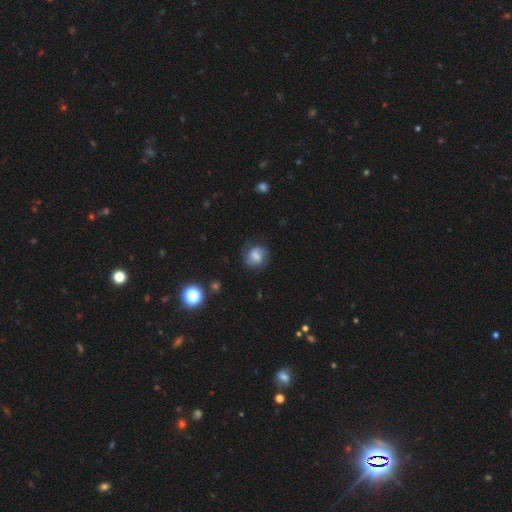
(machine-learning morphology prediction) The model was most divided on "smooth or featured": smooth: 53%, featured or disk: 36%, star or artifact: 11%. More confident: merging — none (66%); how rounded — round (63%).